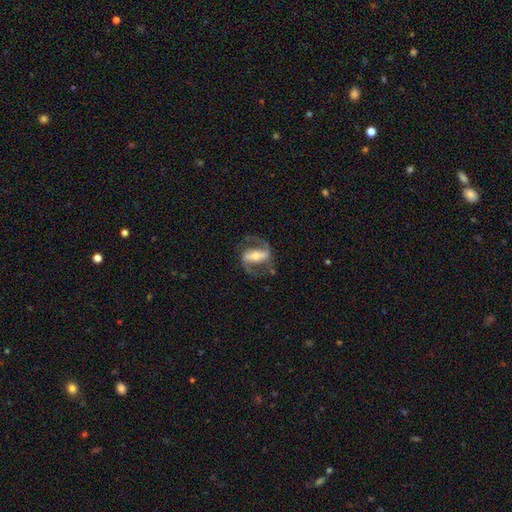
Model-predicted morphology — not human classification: smooth-or-featured: featured or disk: 87% | smooth: 8% | star or artifact: 5%
  disk-edge-on: no: 95% | yes: 5%
    bar: strong: 70% | weak: 20% | no: 10%
    has-spiral-arms: yes: 95% | no: 5%
      spiral-winding: medium: 54% | loose: 29% | tight: 17%
      spiral-arm-count: 2: 92% | 1: 3% | can't tell: 3% | 3: 1% | 4: 1% | more than 4: 1%
    bulge-size: moderate: 51% | small: 34% | large: 10% | none: 3% | dominant: 2%
  merging: none: 75% | minor disturbance: 13% | major disturbance: 11% | merger: 2%